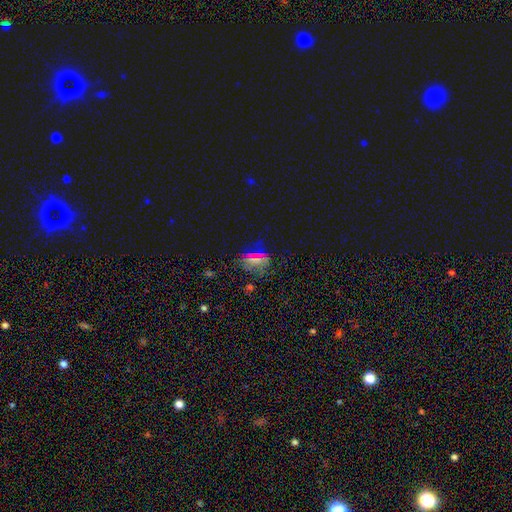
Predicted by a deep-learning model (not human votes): A star or artifact, not a galaxy (49%).

Vote fractions:
- Smooth or featured? star or artifact: 49% / smooth: 38% / featured or disk: 13%